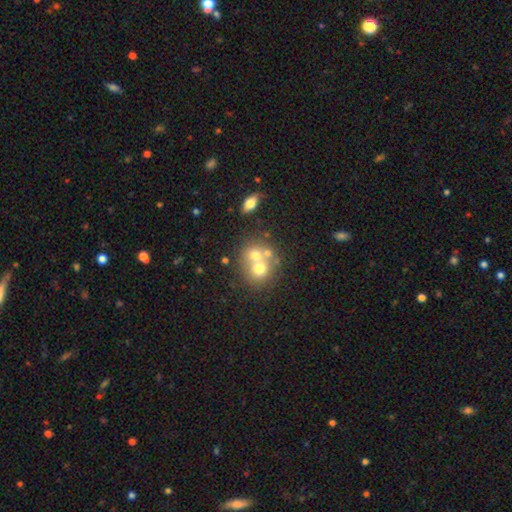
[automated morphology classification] A smooth galaxy with no disk features (61%) that is round (75%). Merging: merger (59%).